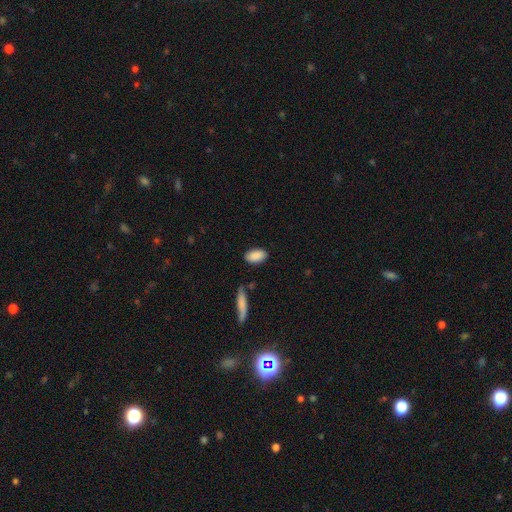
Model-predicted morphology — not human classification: Smooth or featured?
  - smooth: 89% *
  - star or artifact: 6%
  - featured or disk: 5%
How rounded?
  - in between: 93% *
  - round: 4%
  - cigar-shaped: 3%
Merging?
  - none: 82% *
  - minor disturbance: 12%
  - merger: 3%
  - major disturbance: 3%